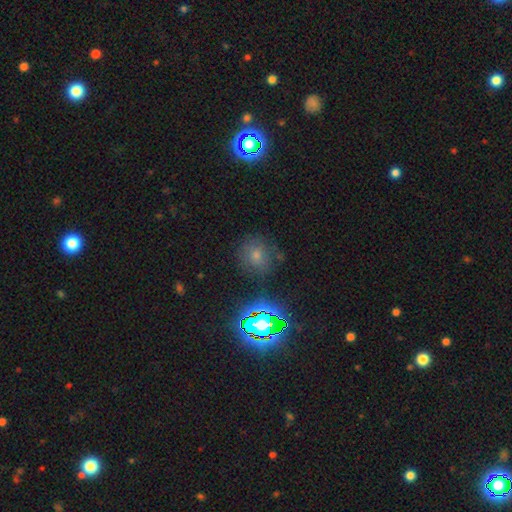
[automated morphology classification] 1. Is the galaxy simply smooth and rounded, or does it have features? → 44% smooth, 41% star or artifact, 14% featured or disk.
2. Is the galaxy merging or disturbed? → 80% none, 12% minor disturbance, 5% major disturbance, 3% merger.